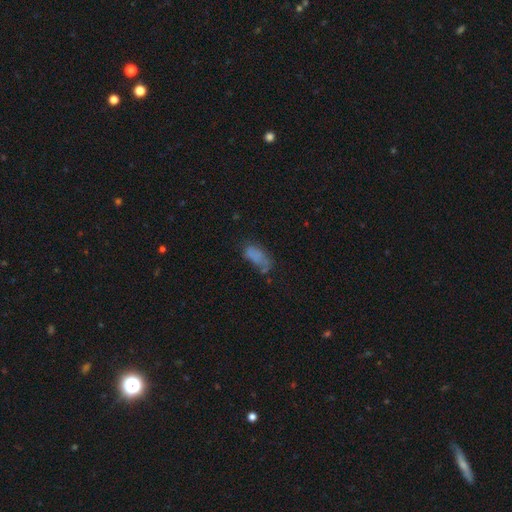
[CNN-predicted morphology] This appears to be a smooth galaxy with no disk features (69%) that is in between round and cigar-shaped (87%). Merging: none (39%).